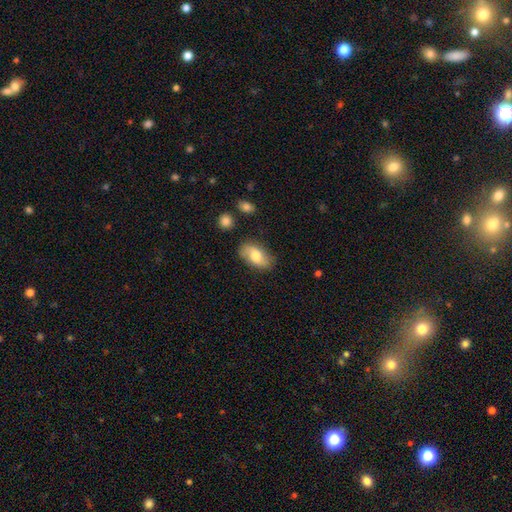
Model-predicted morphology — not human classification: smooth 68%, featured or disk 25%, star or artifact 7%. Down the decision tree: how rounded — in between (92%); merging — none (77%).